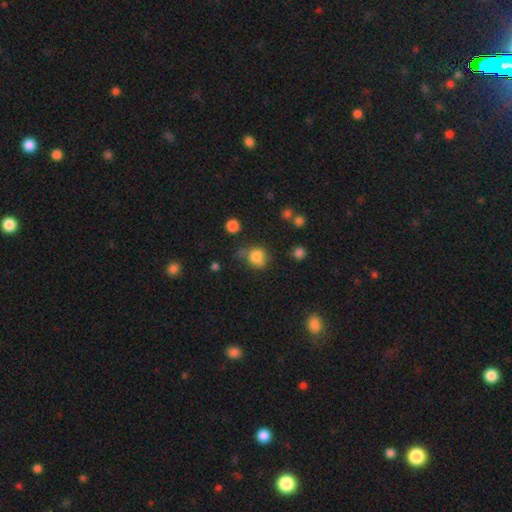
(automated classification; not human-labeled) Smooth or featured: smooth — 81% (star or artifact — 12%)
How rounded: round — 71% (in between — 28%)
Merging: none — 54% (minor disturbance — 28%)